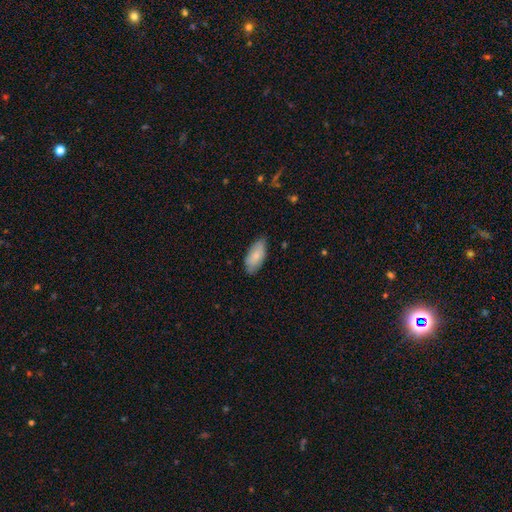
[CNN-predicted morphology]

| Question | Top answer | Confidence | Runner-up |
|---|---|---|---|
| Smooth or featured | smooth | 80% | featured or disk (14%) |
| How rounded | in between | 90% | cigar-shaped (8%) |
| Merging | none | 77% | minor disturbance (19%) |